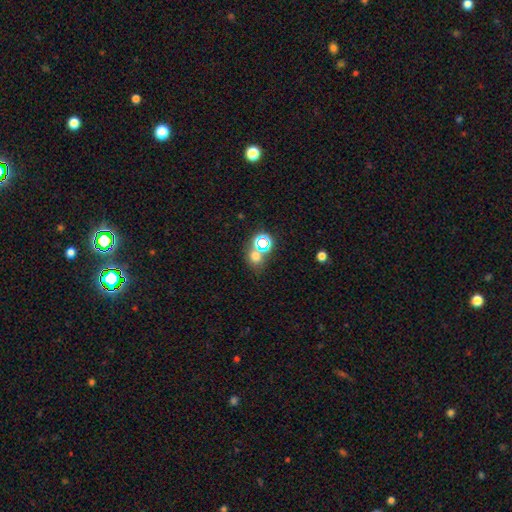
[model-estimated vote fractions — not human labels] smooth-or-featured: smooth: 58% | star or artifact: 33% | featured or disk: 9%
  how-rounded: round: 70% | in between: 29% | cigar-shaped: 1%
  merging: none: 60% | merger: 26% | minor disturbance: 9% | major disturbance: 5%